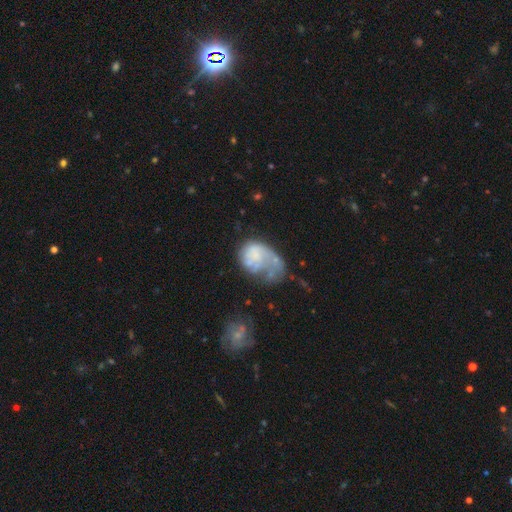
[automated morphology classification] featured or disk 48%, smooth 43%, star or artifact 9%. Down the decision tree: merging — major disturbance (44%).